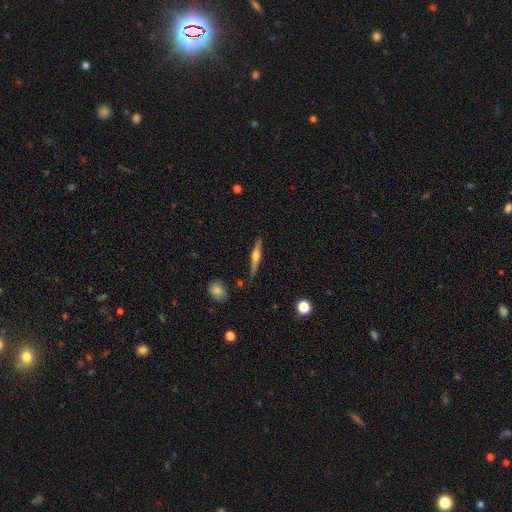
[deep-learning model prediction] Overall: featured or disk (66%; smooth 28%). Edge-on disk: yes (97%). Edge-on bulge: rounded (89%). Merging: none (87%).